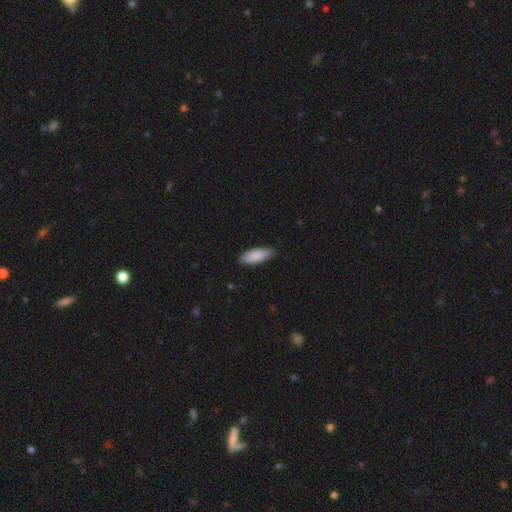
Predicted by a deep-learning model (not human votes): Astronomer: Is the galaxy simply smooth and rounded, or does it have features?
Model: smooth — 89%.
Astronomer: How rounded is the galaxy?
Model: in between — 71%.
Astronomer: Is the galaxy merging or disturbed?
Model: none — 87%.